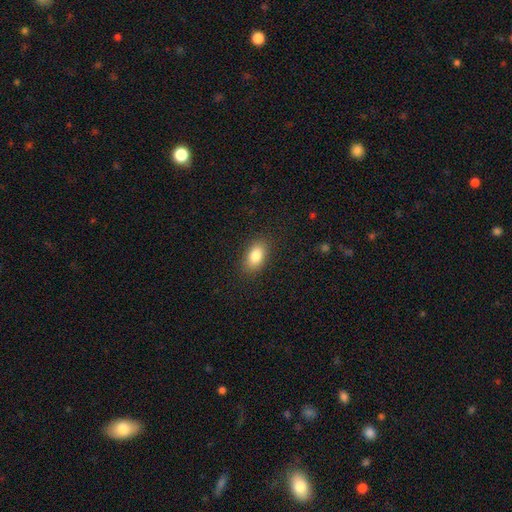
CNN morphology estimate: A smooth galaxy with no disk features (84%) that is in between round and cigar-shaped (89%).

Vote fractions:
- Smooth or featured? smooth: 84% / featured or disk: 8% / star or artifact: 8%
- How rounded? in between: 89% / round: 8% / cigar-shaped: 3%
- Merging? none: 86% / minor disturbance: 10% / major disturbance: 3% / merger: 1%